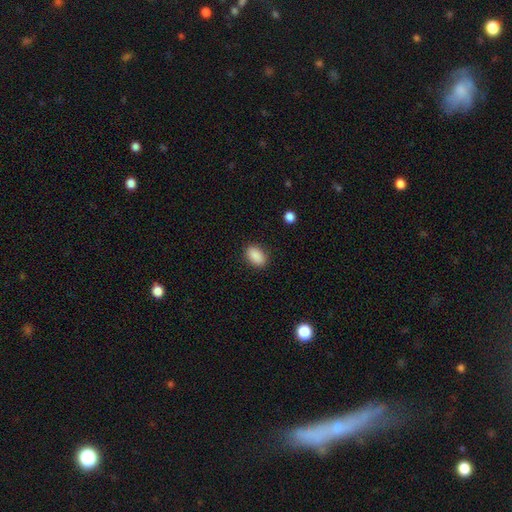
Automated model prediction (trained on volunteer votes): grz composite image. It shows a smooth galaxy with no disk features (89%) that is in between round and cigar-shaped (89%). Merging: none (88%).